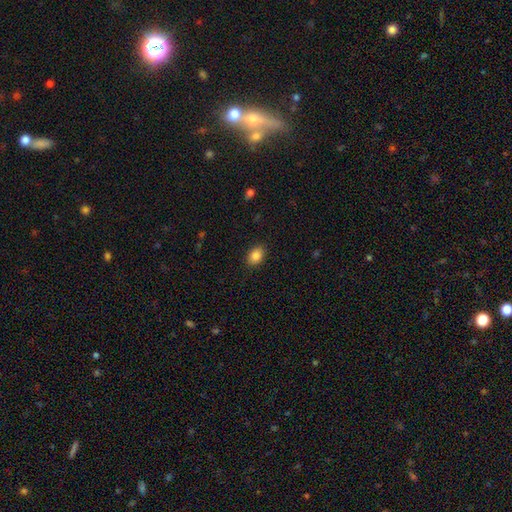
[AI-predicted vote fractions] Morphology: type=smooth (86%); roundness=in between (76%); merging=none (89%).